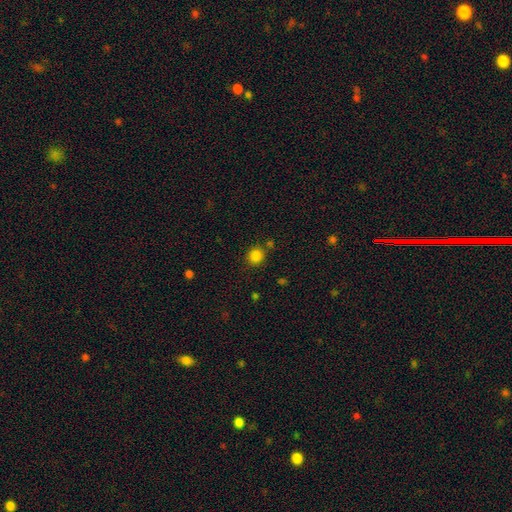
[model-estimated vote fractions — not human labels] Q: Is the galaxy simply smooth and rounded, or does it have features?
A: smooth — 85%.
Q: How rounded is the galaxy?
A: round — 86%.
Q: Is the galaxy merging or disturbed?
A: none — 81%.